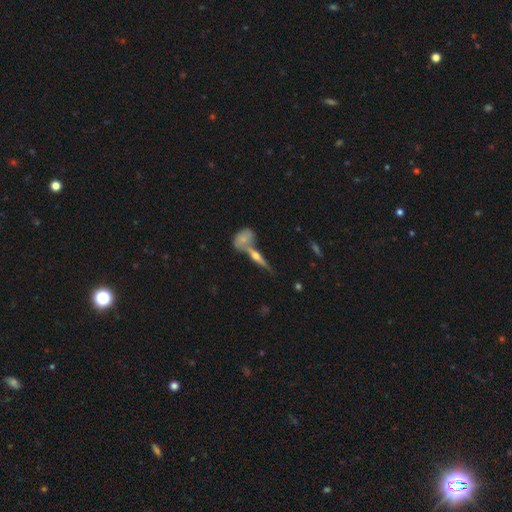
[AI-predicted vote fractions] This appears to be a featured or disk galaxy (65%) viewed edge-on (93%) with a rounded central bulge (91%). Merging: none (59%).